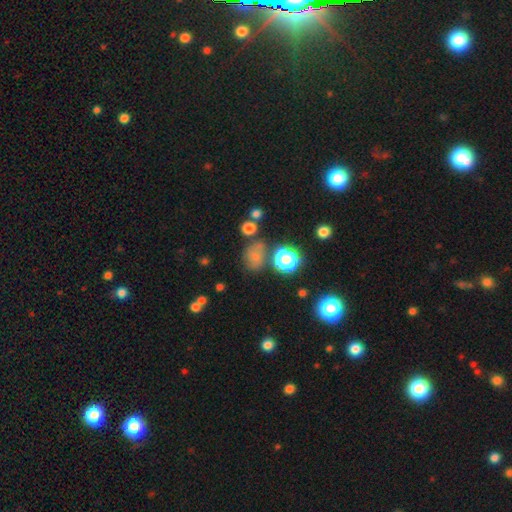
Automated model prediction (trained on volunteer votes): Smooth or featured? Predicted: smooth (p=0.64). How rounded? Predicted: in between (p=0.51). Merging? Predicted: none (p=0.60).